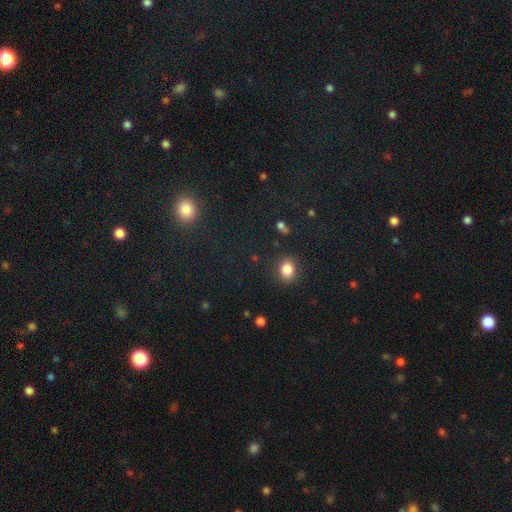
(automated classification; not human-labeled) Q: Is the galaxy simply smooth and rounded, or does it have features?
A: star or artifact — 54%.